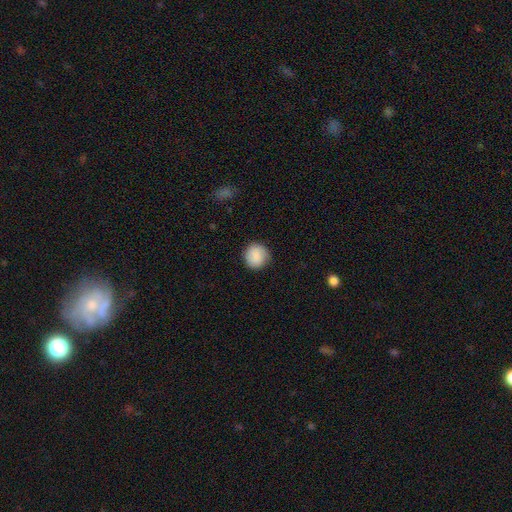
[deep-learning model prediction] This appears to be a smooth galaxy with no disk features (86%) that is round (91%). Merging: none (85%).